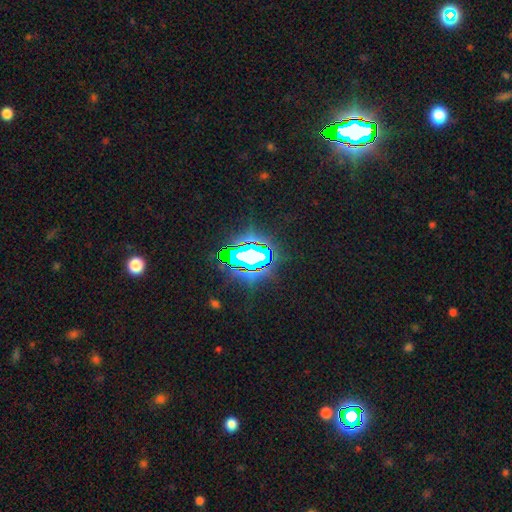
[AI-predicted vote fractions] star or artifact 71%, smooth 15%, featured or disk 14%.